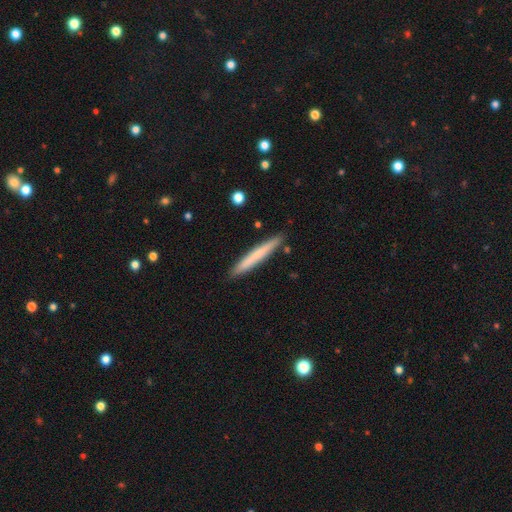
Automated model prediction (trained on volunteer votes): This is likely a smooth galaxy (68%). How rounded: clearly cigar-shaped (96%). Merging: clearly none (91%).